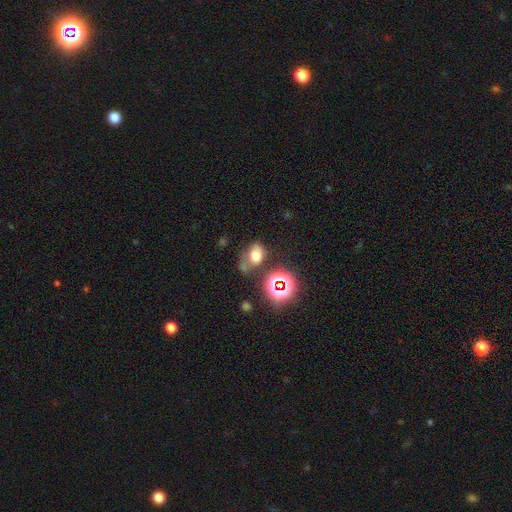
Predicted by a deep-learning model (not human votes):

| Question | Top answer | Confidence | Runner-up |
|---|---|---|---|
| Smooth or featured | smooth | 63% | star or artifact (22%) |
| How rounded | in between | 67% | round (31%) |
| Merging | none | 44% | minor disturbance (24%) |